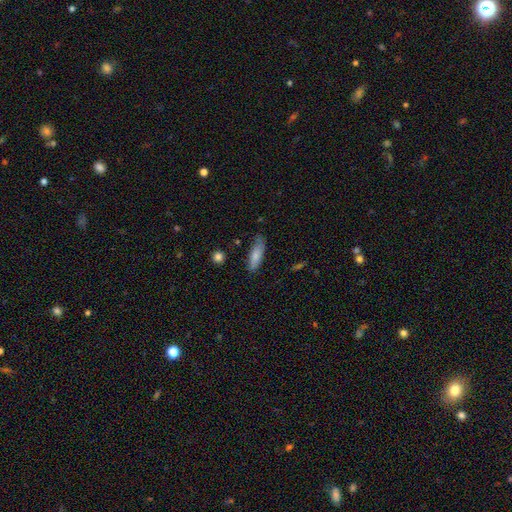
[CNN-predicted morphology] Smooth or featured? smooth (79%)
How rounded? in between (55%)
Merging? none (65%)